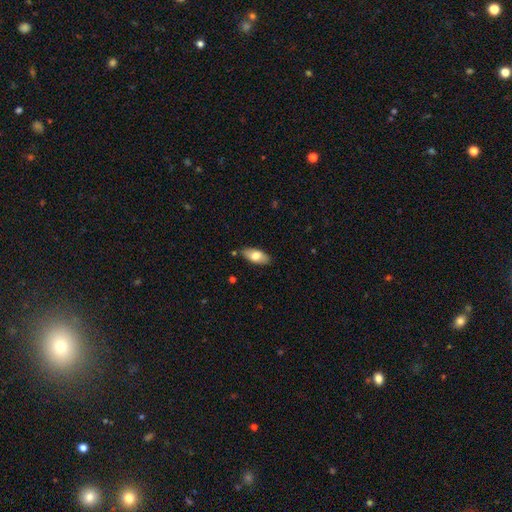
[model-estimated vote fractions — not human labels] A smooth galaxy with no disk features (73%) that is in between round and cigar-shaped (89%).

Vote fractions:
- Smooth or featured? smooth: 73% / featured or disk: 21% / star or artifact: 6%
- How rounded? in between: 89% / cigar-shaped: 8% / round: 3%
- Merging? none: 83% / minor disturbance: 13% / major disturbance: 2% / merger: 2%